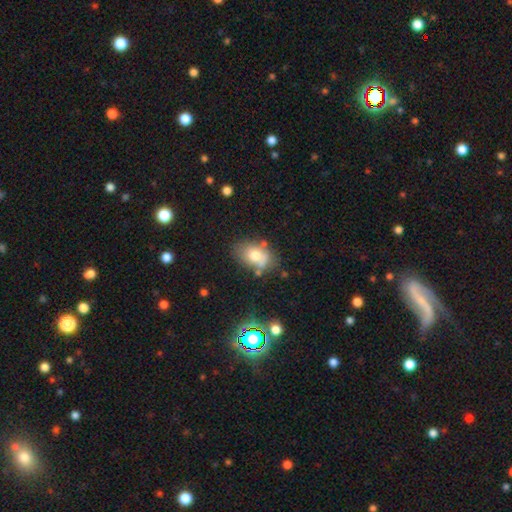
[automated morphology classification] Smooth or featured?
  - smooth: 69% *
  - featured or disk: 20%
  - star or artifact: 11%
How rounded?
  - in between: 76% *
  - round: 23%
  - cigar-shaped: 1%
Merging?
  - none: 56% *
  - minor disturbance: 24%
  - merger: 12%
  - major disturbance: 9%